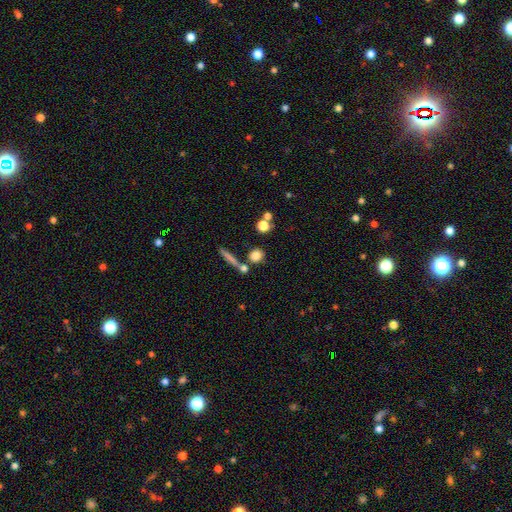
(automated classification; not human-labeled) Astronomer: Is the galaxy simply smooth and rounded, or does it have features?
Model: smooth — 80%.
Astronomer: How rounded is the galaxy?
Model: round — 76%.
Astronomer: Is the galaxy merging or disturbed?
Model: none — 69%.